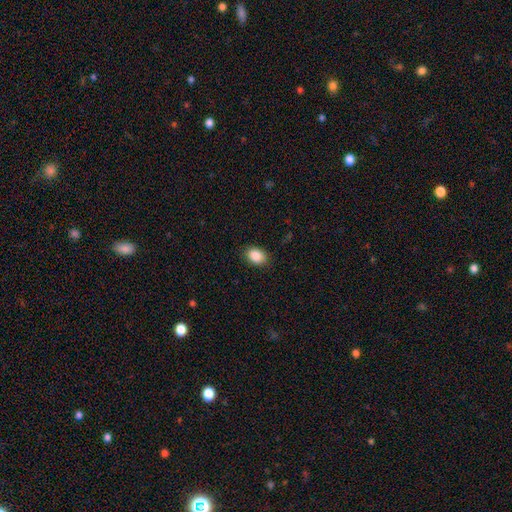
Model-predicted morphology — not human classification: smooth_or_featured: smooth (p=0.88) [alt: star or artifact p=0.08]
how_rounded: in between (p=0.78) [alt: round p=0.21]
merging: none (p=0.88) [alt: minor disturbance p=0.09]